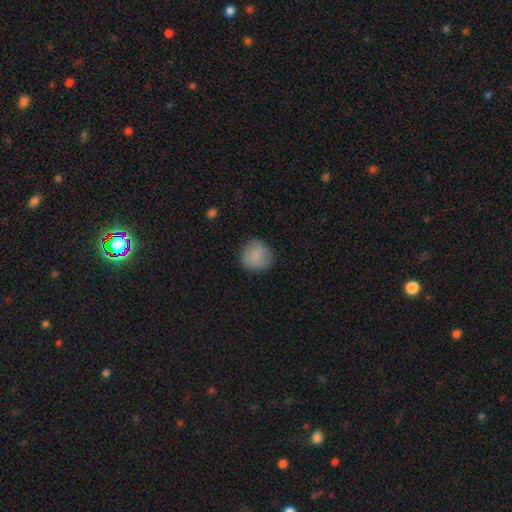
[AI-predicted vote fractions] smooth-or-featured: smooth: 86% | star or artifact: 8% | featured or disk: 6%
  how-rounded: round: 91% | in between: 8% | cigar-shaped: 1%
  merging: none: 85% | minor disturbance: 11% | major disturbance: 3% | merger: 1%